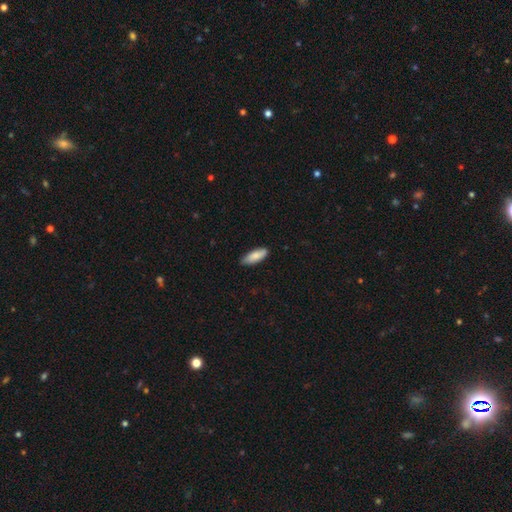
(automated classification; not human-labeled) Overall: smooth (84%). How rounded: in between (68%; cigar-shaped 31%). Merging: none (82%).